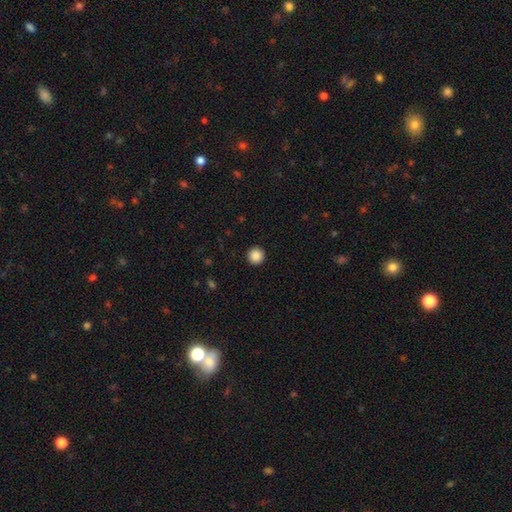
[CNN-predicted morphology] The model was most divided on "smooth or featured": smooth: 88%, star or artifact: 9%, featured or disk: 3%. More confident: how rounded — round (96%); merging — none (93%).